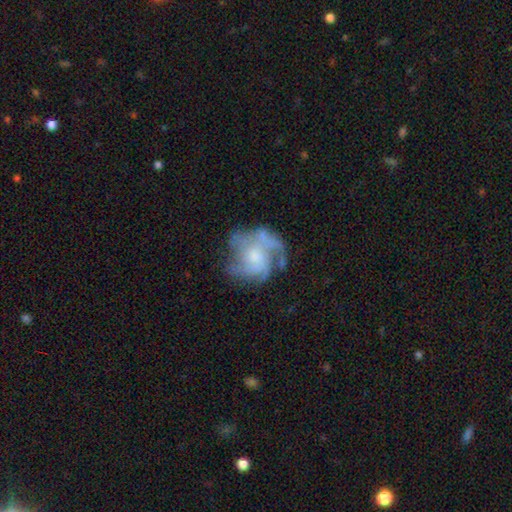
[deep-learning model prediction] This appears to be a featured or disk galaxy (76%) with no bar (72%), 3 (32%) medium (43%) spiral arms (86%) and a moderate central bulge (47%). Merging: none (56%).